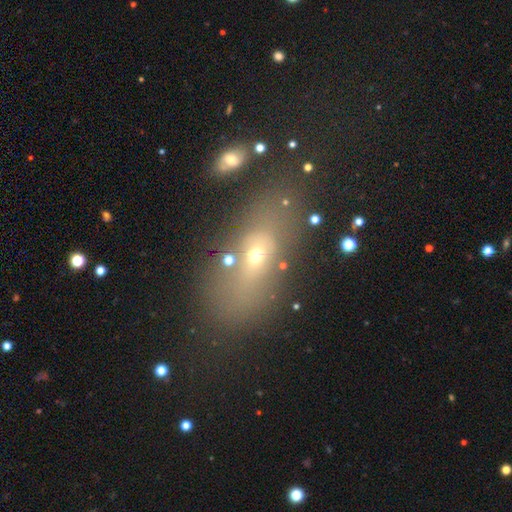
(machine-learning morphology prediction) Smooth or featured? Predicted: smooth (p=0.53). How rounded? Predicted: in between (p=0.72). Merging? Predicted: none (p=0.59).